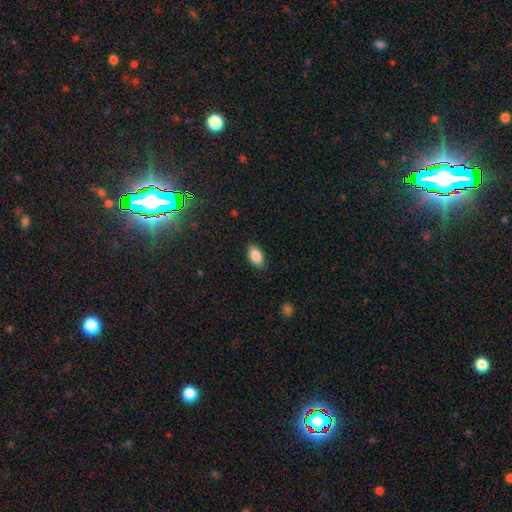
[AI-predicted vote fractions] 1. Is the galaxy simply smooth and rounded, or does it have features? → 86% smooth, 7% star or artifact, 7% featured or disk.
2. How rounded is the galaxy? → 92% in between, 5% round, 3% cigar-shaped.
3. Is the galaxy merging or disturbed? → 86% none, 11% minor disturbance, 2% major disturbance, 1% merger.